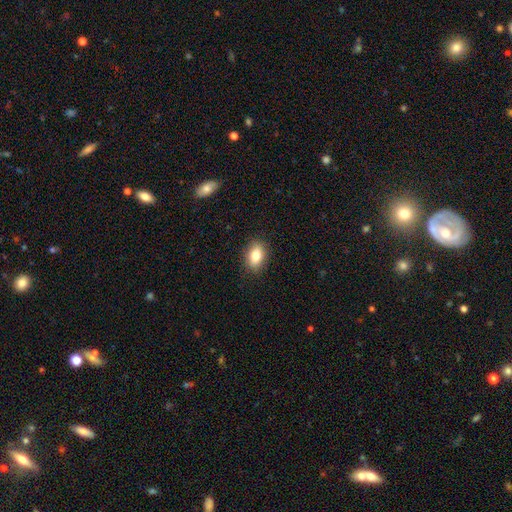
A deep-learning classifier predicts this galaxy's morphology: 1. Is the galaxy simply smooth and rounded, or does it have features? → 82% smooth, 10% featured or disk, 8% star or artifact.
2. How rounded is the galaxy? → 83% in between, 15% round, 2% cigar-shaped.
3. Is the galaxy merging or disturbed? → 88% none, 9% minor disturbance, 2% major disturbance, 1% merger.